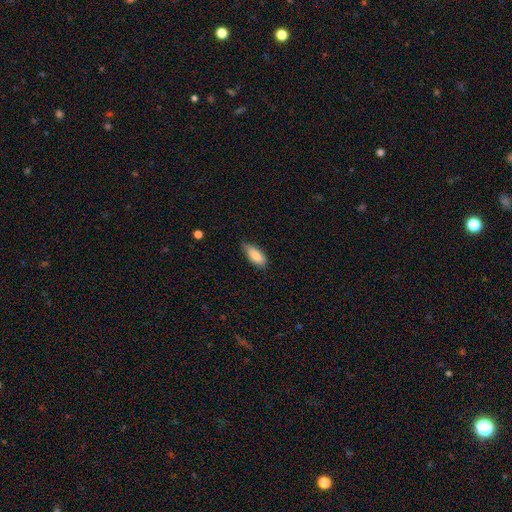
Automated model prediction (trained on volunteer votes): The model was most divided on "merging": none: 65%, minor disturbance: 30%, major disturbance: 4%, merger: 1%. More confident: smooth or featured — smooth (83%); how rounded — in between (83%).